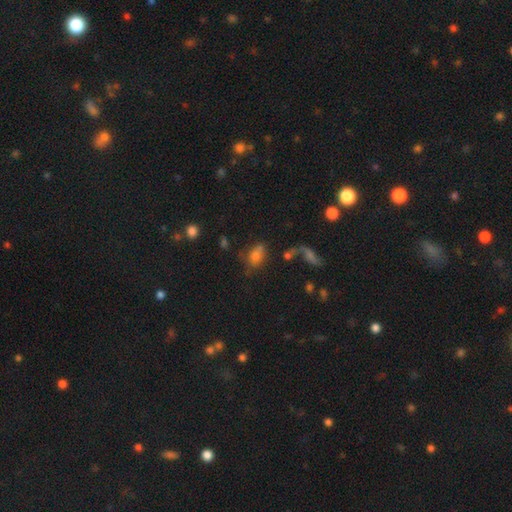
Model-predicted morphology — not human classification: smooth-or-featured: smooth: 64% | featured or disk: 19% | star or artifact: 17%
  how-rounded: in between: 78% | round: 18% | cigar-shaped: 5%
  merging: none: 46% | minor disturbance: 21% | major disturbance: 18% | merger: 15%